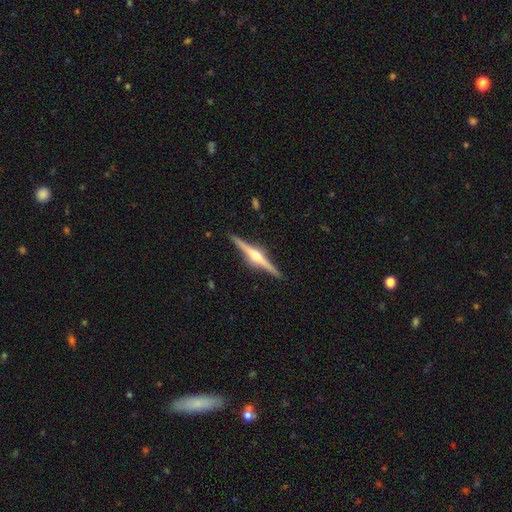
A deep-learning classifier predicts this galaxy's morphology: Smooth or featured? Predicted: featured or disk (p=0.85). Edge-on disk? Predicted: yes (p=0.99). Edge-on bulge? Predicted: rounded (p=0.92). Merging? Predicted: none (p=0.91).